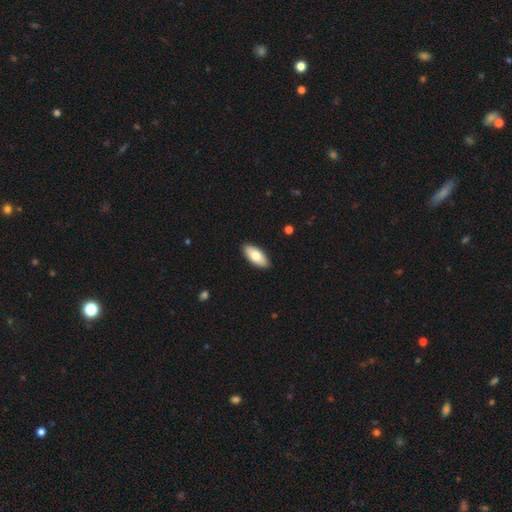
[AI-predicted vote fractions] A smooth galaxy with no disk features (76%) that is in between round and cigar-shaped (89%).

Vote fractions:
- Smooth or featured? smooth: 76% / featured or disk: 18% / star or artifact: 5%
- How rounded? in between: 89% / cigar-shaped: 9% / round: 2%
- Merging? none: 90% / minor disturbance: 7% / major disturbance: 1% / merger: 1%